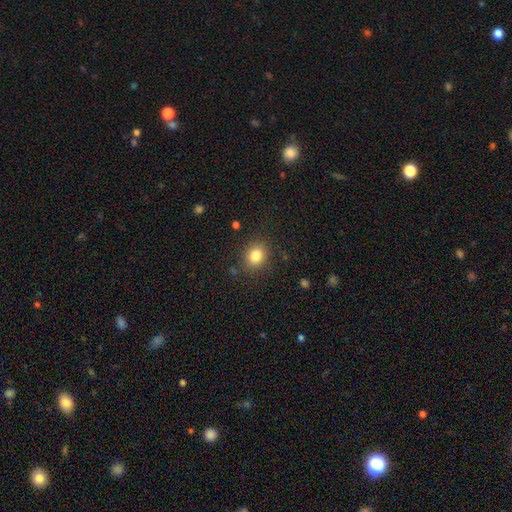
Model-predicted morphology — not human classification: smooth_or_featured: smooth (p=0.82) [alt: star or artifact p=0.11]
how_rounded: round (p=0.55) [alt: in between p=0.45]
merging: none (p=0.85) [alt: minor disturbance p=0.10]